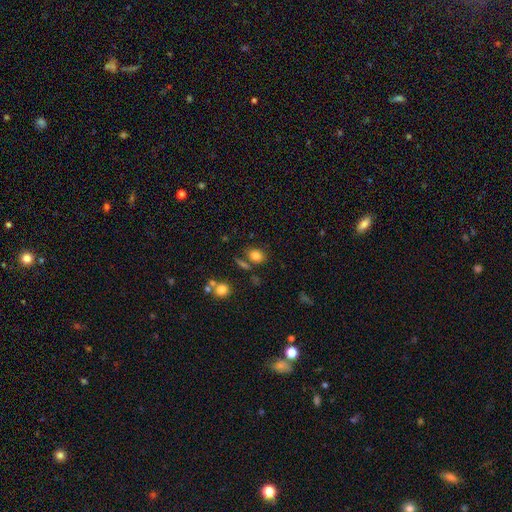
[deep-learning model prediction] A smooth galaxy with no disk features (81%) that is in between round and cigar-shaped (60%).

Vote fractions:
- Smooth or featured? smooth: 81% / star or artifact: 12% / featured or disk: 8%
- How rounded? in between: 60% / round: 39% / cigar-shaped: 1%
- Merging? none: 69% / minor disturbance: 14% / merger: 12% / major disturbance: 5%